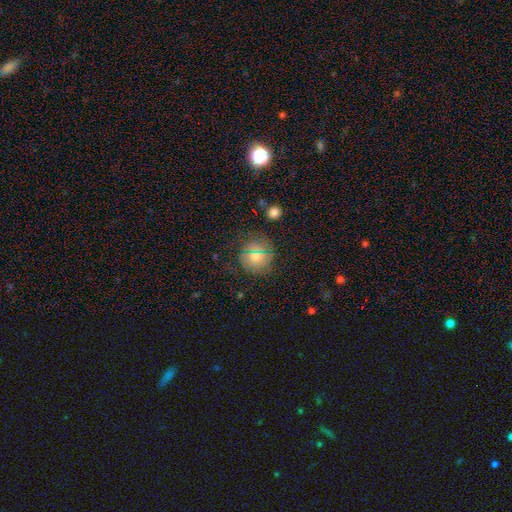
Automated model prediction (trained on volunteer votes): The model was most divided on "smooth or featured": smooth: 70%, star or artifact: 18%, featured or disk: 13%. More confident: how rounded — round (90%); merging — none (79%).